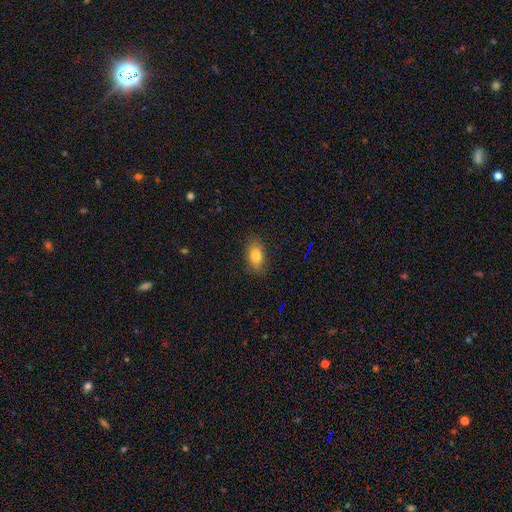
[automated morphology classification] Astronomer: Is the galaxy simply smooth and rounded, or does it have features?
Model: smooth — 81%.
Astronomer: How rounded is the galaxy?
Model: in between — 84%.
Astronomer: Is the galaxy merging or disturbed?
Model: none — 83%.